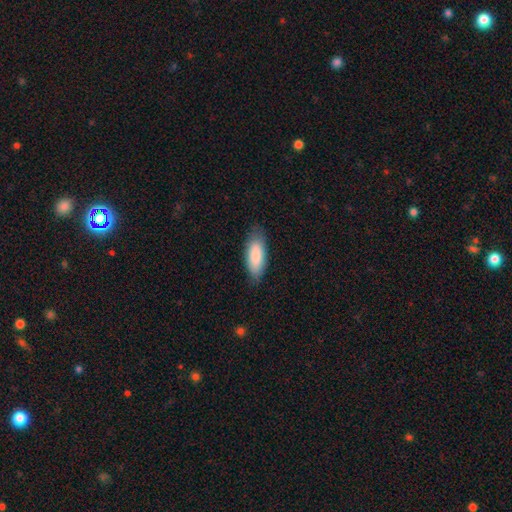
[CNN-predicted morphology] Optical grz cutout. It shows a smooth galaxy with no disk features (87%) that is in between round and cigar-shaped (77%). Merging: none (79%).